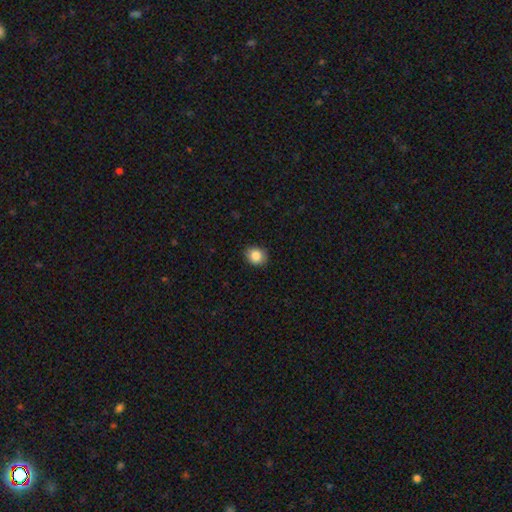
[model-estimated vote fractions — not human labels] Smooth or featured? Predicted: smooth (p=0.86). How rounded? Predicted: round (p=0.65). Merging? Predicted: none (p=0.87).